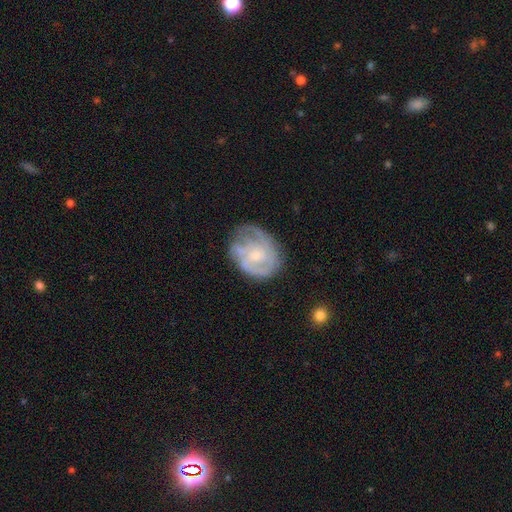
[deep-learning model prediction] Smooth or featured?
  - featured or disk: 74% *
  - smooth: 19%
  - star or artifact: 6%
Edge-on disk?
  - no: 98% *
  - yes: 2%
Bar?
  - no: 71% *
  - weak: 25%
  - strong: 4%
Spiral arms?
  - yes: 84% *
  - no: 16%
Spiral winding?
  - tight: 57% *
  - medium: 33%
  - loose: 11%
Spiral arm count?
  - can't tell: 38% *
  - 2: 26%
  - 3: 19%
  - 1: 7%
  - 4: 6%
  - more than 4: 4%
Bulge size?
  - small: 66% *
  - moderate: 28%
  - none: 3%
  - large: 1%
  - dominant: 1%
Merging?
  - none: 53% *
  - minor disturbance: 27%
  - major disturbance: 16%
  - merger: 3%